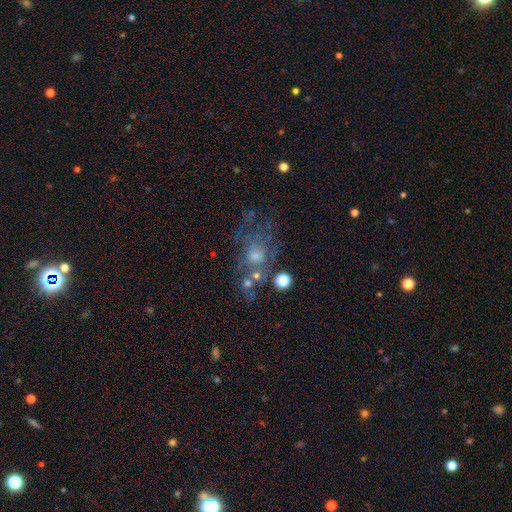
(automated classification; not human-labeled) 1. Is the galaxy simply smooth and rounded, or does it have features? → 49% featured or disk, 32% smooth, 18% star or artifact.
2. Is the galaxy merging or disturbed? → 41% none, 27% major disturbance, 19% minor disturbance, 13% merger.